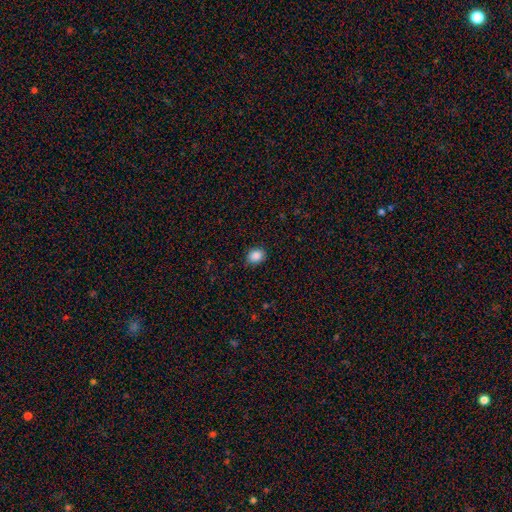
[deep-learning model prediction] smooth_or_featured: smooth (p=0.87) [alt: star or artifact p=0.09]
how_rounded: round (p=0.59) [alt: in between p=0.40]
merging: none (p=0.85) [alt: minor disturbance p=0.11]